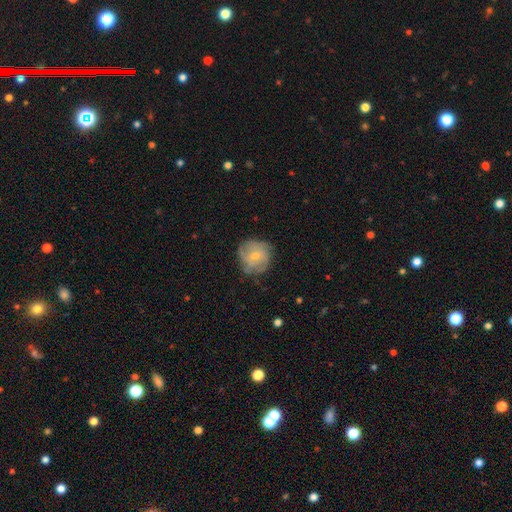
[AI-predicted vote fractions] The model was most divided on "smooth or featured": featured or disk: 54%, smooth: 37%, star or artifact: 10%. More confident: edge-on disk — no (97%); spiral arms — yes (72%); merging — none (71%); bar — no (70%); bulge size — small (60%).